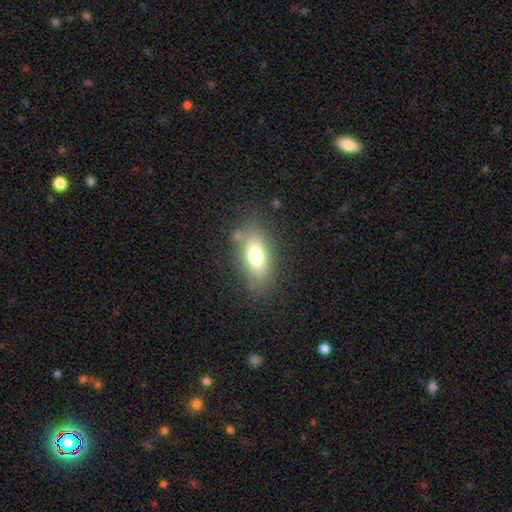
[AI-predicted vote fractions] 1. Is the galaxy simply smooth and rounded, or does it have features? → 71% smooth, 19% featured or disk, 10% star or artifact.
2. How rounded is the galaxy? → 83% in between, 10% cigar-shaped, 8% round.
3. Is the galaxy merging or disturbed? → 77% none, 13% minor disturbance, 5% major disturbance, 4% merger.